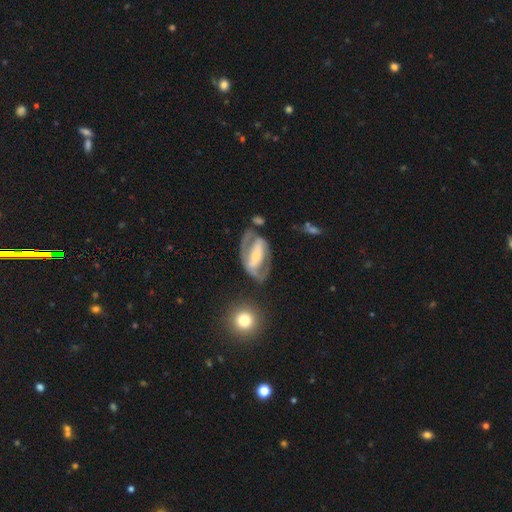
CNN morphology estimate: This appears to be a featured or disk galaxy (81%) with a strong bar (65%), 2 (83%) medium (46%) spiral arms (78%) and a small central bulge (53%). Merging: none (62%).